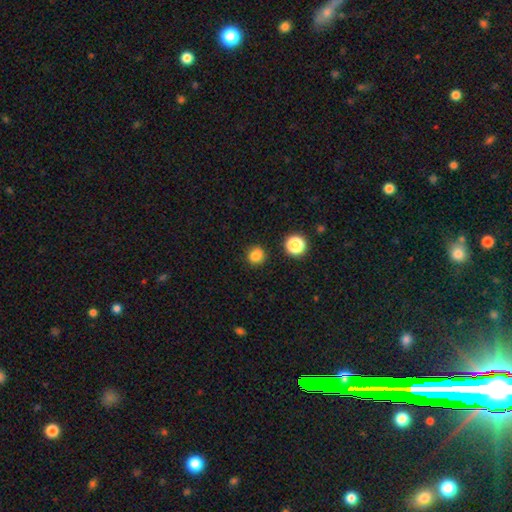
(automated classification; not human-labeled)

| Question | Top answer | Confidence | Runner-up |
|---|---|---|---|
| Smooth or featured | smooth | 83% | star or artifact (14%) |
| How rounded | round | 92% | in between (7%) |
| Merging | none | 89% | minor disturbance (7%) |